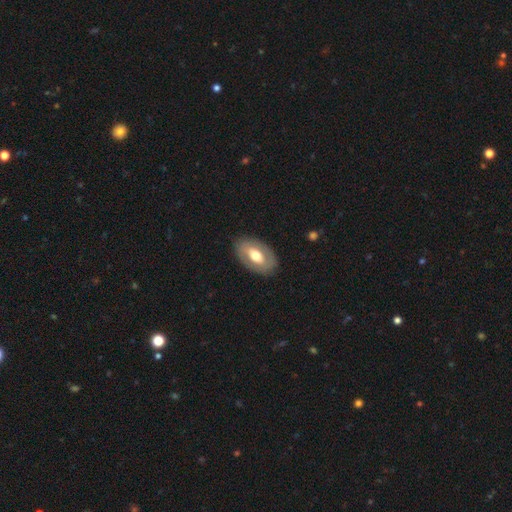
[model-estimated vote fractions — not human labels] featured or disk 49%, smooth 46%, star or artifact 6%. Down the decision tree: merging — none (84%).